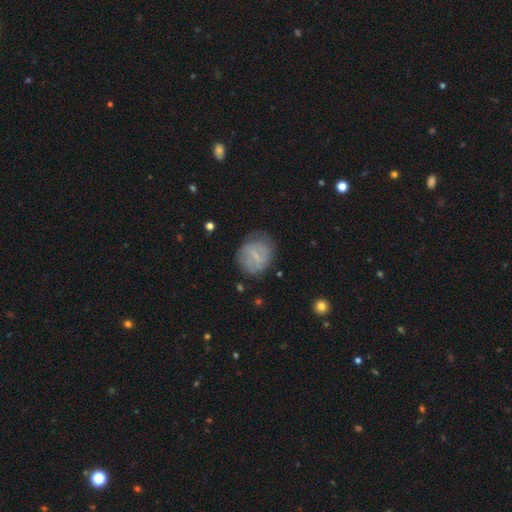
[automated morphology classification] smooth_or_featured: featured or disk (p=0.49) [alt: smooth p=0.43]
merging: none (p=0.69) [alt: minor disturbance p=0.21]